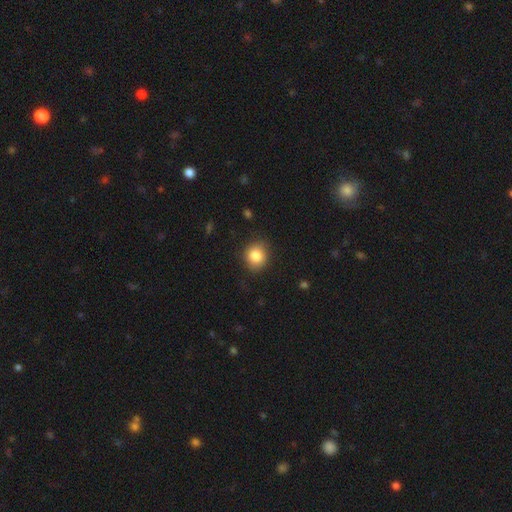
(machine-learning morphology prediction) A smooth galaxy with no disk features (84%) that is round (77%). Merging: none (85%).